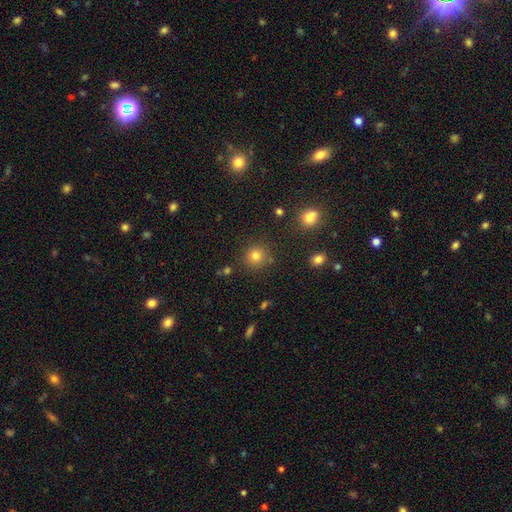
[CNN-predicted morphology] The model was most divided on "smooth or featured": smooth: 79%, star or artifact: 14%, featured or disk: 6%. More confident: how rounded — round (92%); merging — none (84%).